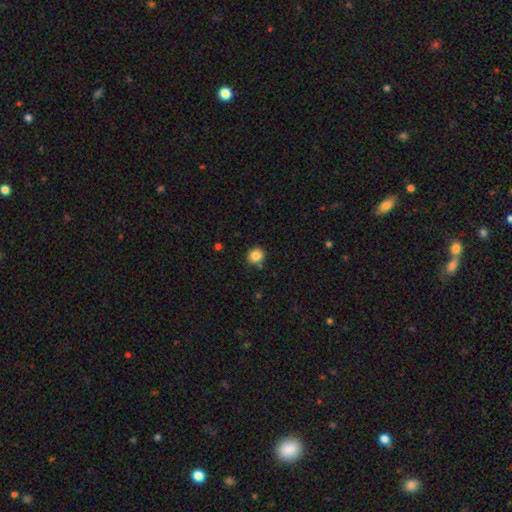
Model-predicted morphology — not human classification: Smooth or featured? smooth (85%)
How rounded? round (87%)
Merging? none (85%)